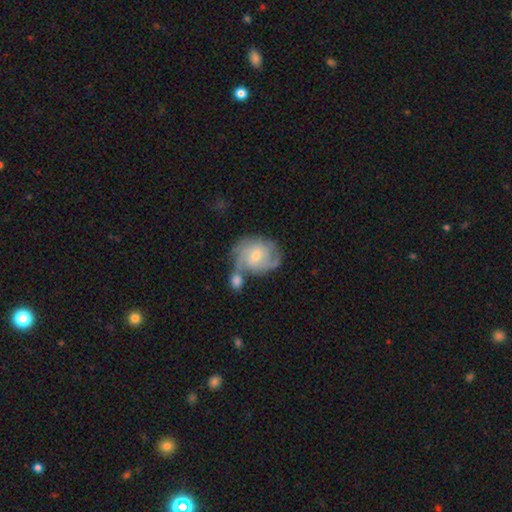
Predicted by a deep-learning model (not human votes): This appears to be a featured or disk galaxy (65%) with no bar (50%), tight (46%) spiral arms (87%) and a moderate central bulge (48%). Merging: none (41%).